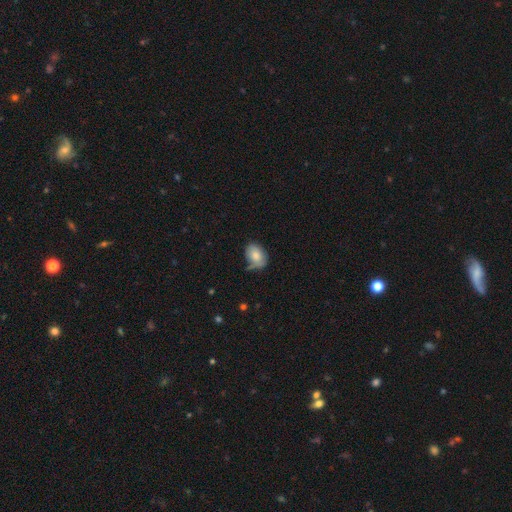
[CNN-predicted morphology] smooth-or-featured: smooth: 77% | featured or disk: 15% | star or artifact: 8%
  how-rounded: in between: 76% | round: 23% | cigar-shaped: 1%
  merging: none: 53% | minor disturbance: 31% | major disturbance: 10% | merger: 6%